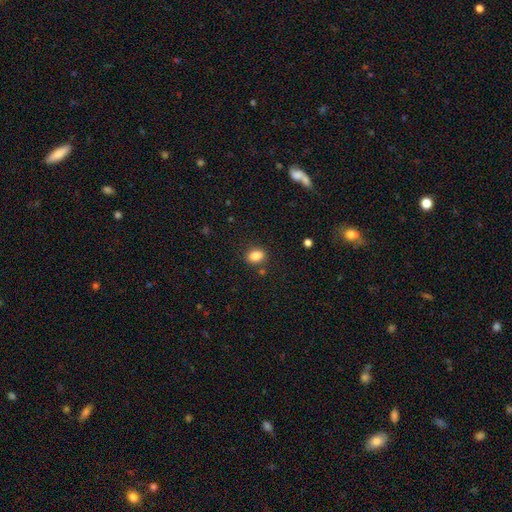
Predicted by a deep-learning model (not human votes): Smooth or featured?
  - smooth: 85% *
  - star or artifact: 10%
  - featured or disk: 5%
How rounded?
  - in between: 71% *
  - round: 28%
  - cigar-shaped: 1%
Merging?
  - none: 84% *
  - minor disturbance: 10%
  - merger: 4%
  - major disturbance: 3%